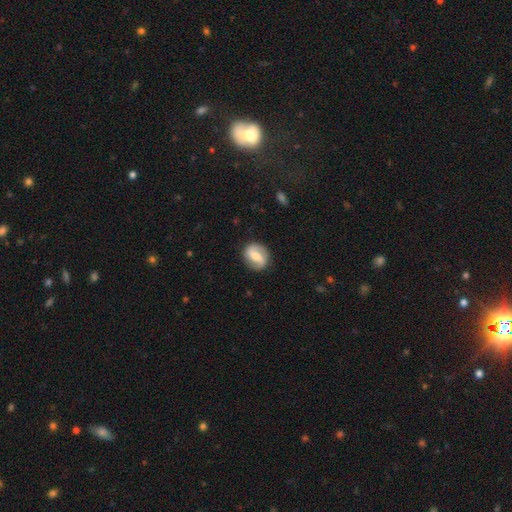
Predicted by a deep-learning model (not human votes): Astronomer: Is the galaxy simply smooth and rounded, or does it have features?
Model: featured or disk — 63%.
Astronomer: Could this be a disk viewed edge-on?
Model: no — 96%.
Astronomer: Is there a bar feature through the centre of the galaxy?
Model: weak — 41% (runner-up: strong, 35%).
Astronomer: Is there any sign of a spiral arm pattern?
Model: yes — 84%.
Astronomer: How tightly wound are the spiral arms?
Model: loose — 45% (runner-up: medium, 36%).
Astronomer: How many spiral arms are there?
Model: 2 — 87%.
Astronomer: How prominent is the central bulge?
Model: moderate — 55% (runner-up: small, 31%).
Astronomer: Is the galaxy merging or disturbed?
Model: none — 83%.